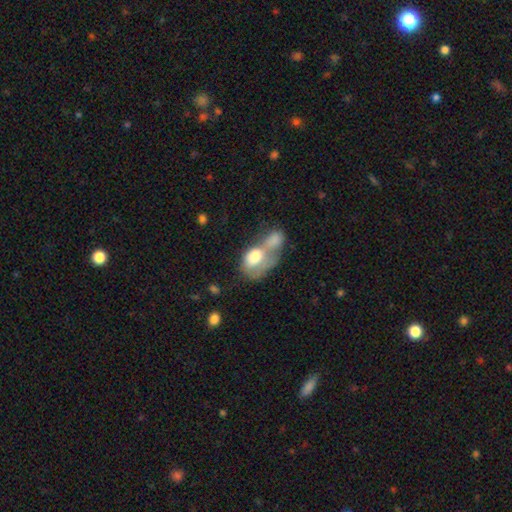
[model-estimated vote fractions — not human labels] smooth 66%, featured or disk 26%, star or artifact 8%. Down the decision tree: how rounded — in between (80%); merging — merger (66%).